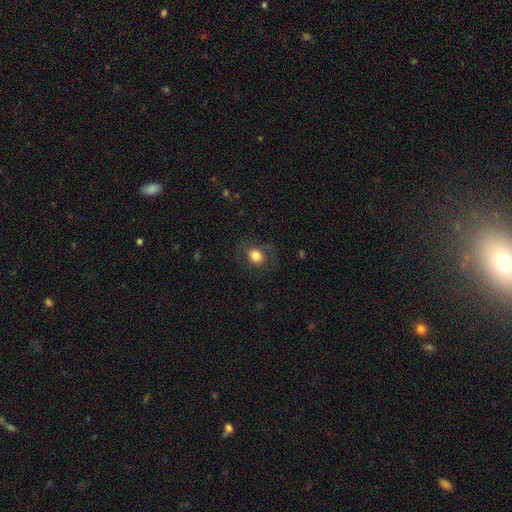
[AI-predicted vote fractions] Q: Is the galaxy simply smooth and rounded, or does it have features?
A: smooth — 76%.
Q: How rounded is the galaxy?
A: round — 66%.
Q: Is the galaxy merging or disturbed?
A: none — 74%.